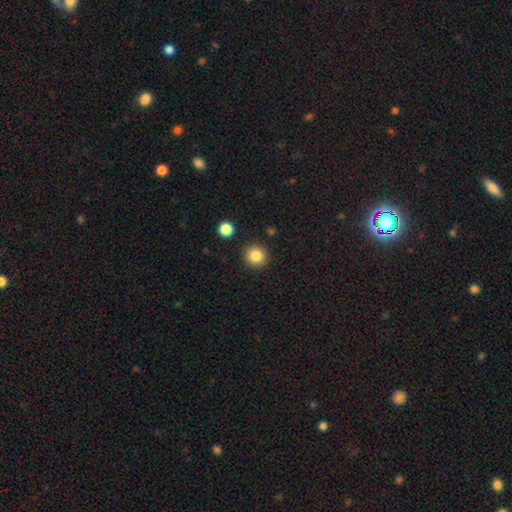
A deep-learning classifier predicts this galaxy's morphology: Smooth or featured? Predicted: smooth (p=0.85). How rounded? Predicted: round (p=0.93). Merging? Predicted: none (p=0.90).